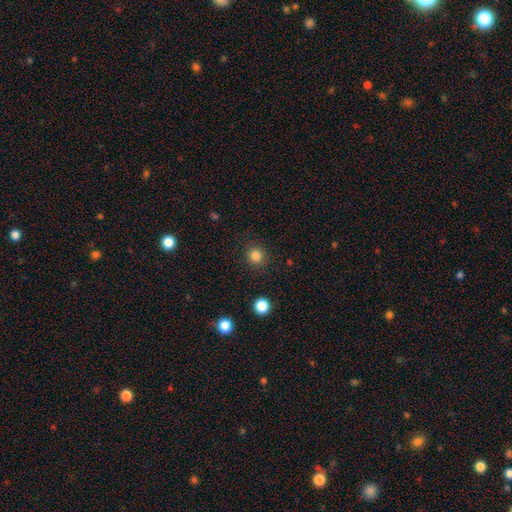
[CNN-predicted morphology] smooth 83%, star or artifact 13%, featured or disk 4%. Down the decision tree: how rounded — round (91%); merging — none (90%).